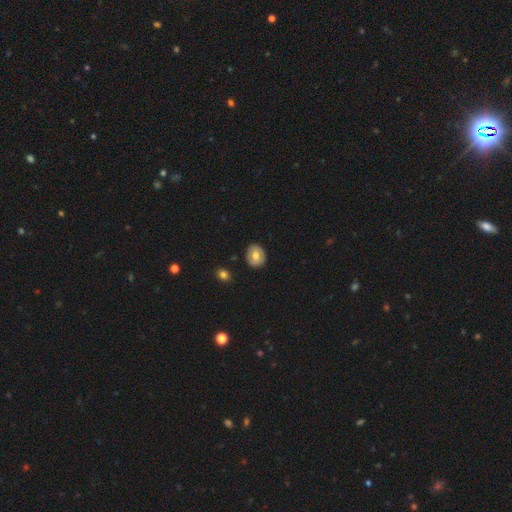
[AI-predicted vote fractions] Morphology: type=smooth (67%); roundness=round (73%); merging=none (88%).